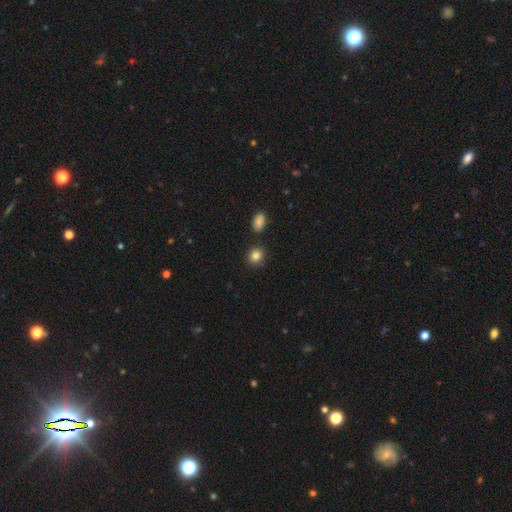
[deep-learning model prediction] Smooth or featured?
  - smooth: 85% *
  - star or artifact: 10%
  - featured or disk: 5%
How rounded?
  - round: 76% *
  - in between: 23%
  - cigar-shaped: 1%
Merging?
  - none: 85% *
  - minor disturbance: 8%
  - merger: 4%
  - major disturbance: 2%